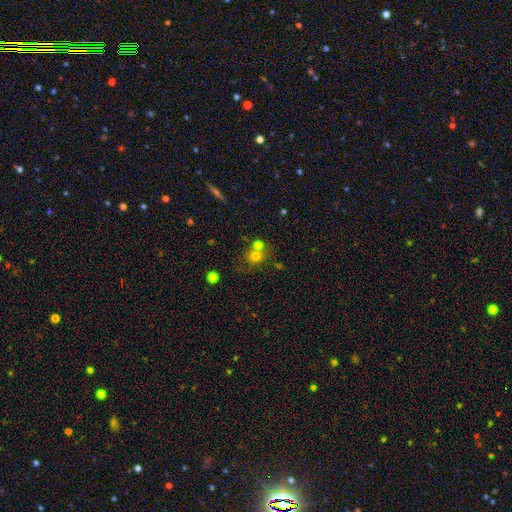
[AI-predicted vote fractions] Overall: smooth (71%). How rounded: round (83%). Merging: none (51%; merger 37%).